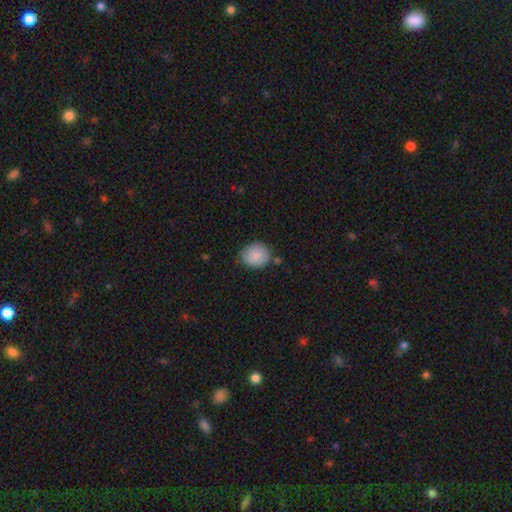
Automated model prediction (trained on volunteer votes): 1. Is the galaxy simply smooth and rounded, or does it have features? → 89% smooth, 7% star or artifact, 5% featured or disk.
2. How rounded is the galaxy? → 61% round, 38% in between, 1% cigar-shaped.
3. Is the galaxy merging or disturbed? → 76% none, 16% minor disturbance, 5% merger, 3% major disturbance.